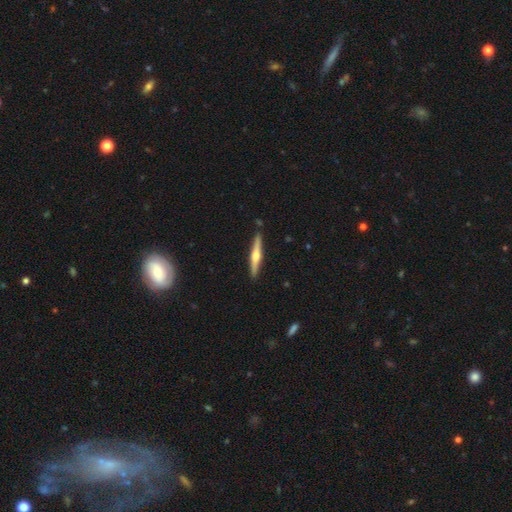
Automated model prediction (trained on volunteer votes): The model was most divided on "smooth or featured": featured or disk: 64%, smooth: 31%, star or artifact: 5%. More confident: edge-on disk — yes (98%); edge-on bulge — rounded (90%); merging — none (90%).